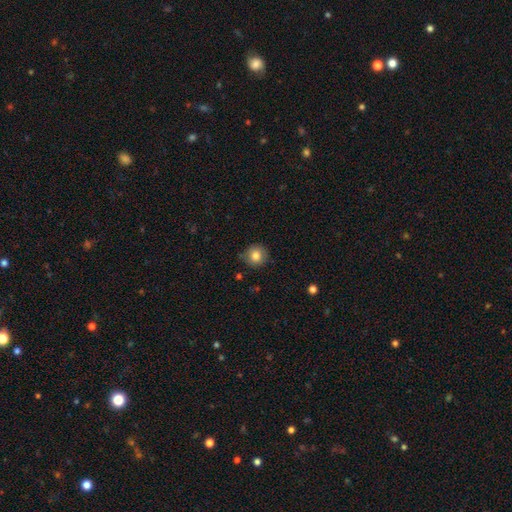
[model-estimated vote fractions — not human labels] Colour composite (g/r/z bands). It shows a smooth galaxy with no disk features (82%) that is round (91%). Merging: none (82%).